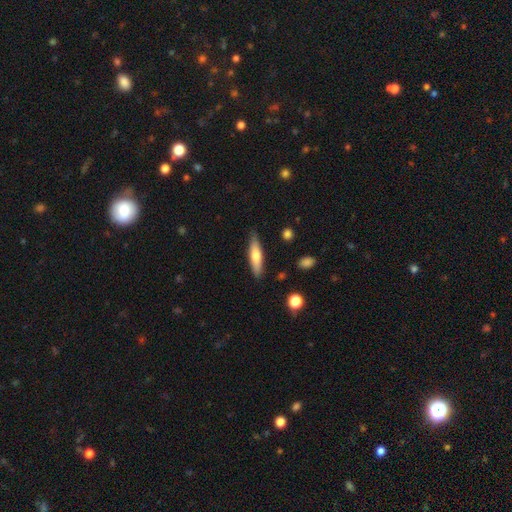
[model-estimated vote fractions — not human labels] This appears to be a smooth galaxy with no disk features (64%) that is cigar-shaped (76%). Merging: none (84%).